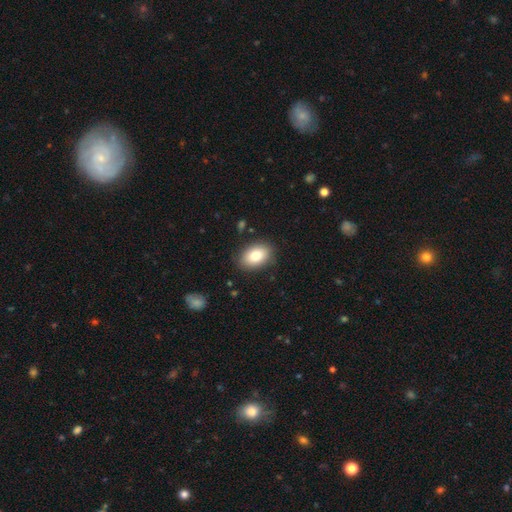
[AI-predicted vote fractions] smooth_or_featured: smooth (p=0.81) [alt: featured or disk p=0.11]
how_rounded: in between (p=0.84) [alt: round p=0.15]
merging: none (p=0.85) [alt: minor disturbance p=0.10]